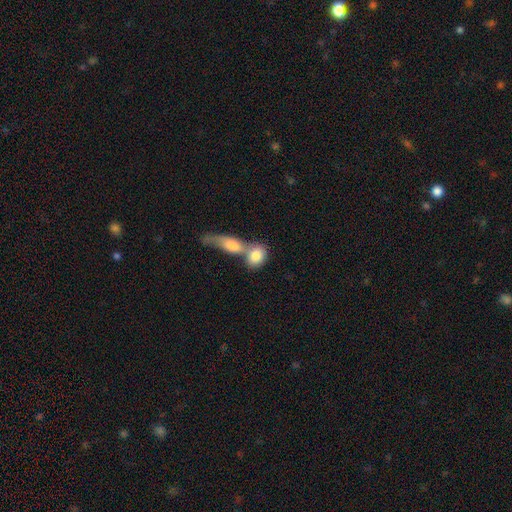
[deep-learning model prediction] This appears to be a smooth galaxy with no disk features (82%) that is in between round and cigar-shaped (55%). Merging: merger (61%).